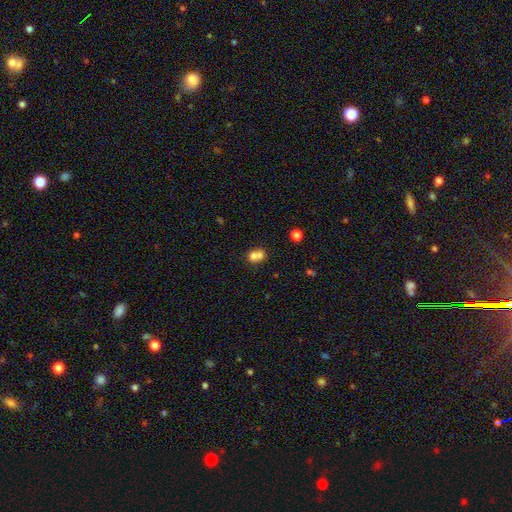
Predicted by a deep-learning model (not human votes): smooth_or_featured: smooth (p=0.70) [alt: featured or disk p=0.18]
how_rounded: round (p=0.68) [alt: in between p=0.31]
merging: merger (p=0.66) [alt: none p=0.25]